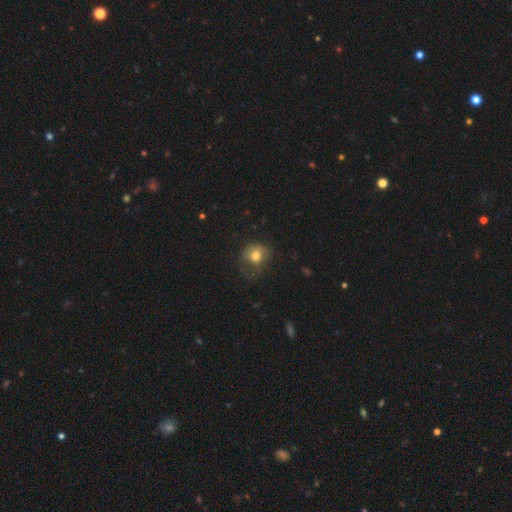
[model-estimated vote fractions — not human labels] This is likely a smooth galaxy (74%). How rounded: likely round (70%). Merging: possibly none (46%).